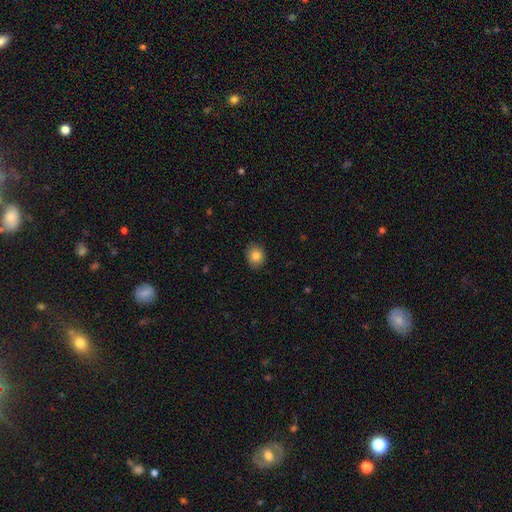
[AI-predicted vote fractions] Smooth or featured? Predicted: smooth (p=0.83). How rounded? Predicted: round (p=0.62). Merging? Predicted: none (p=0.87).